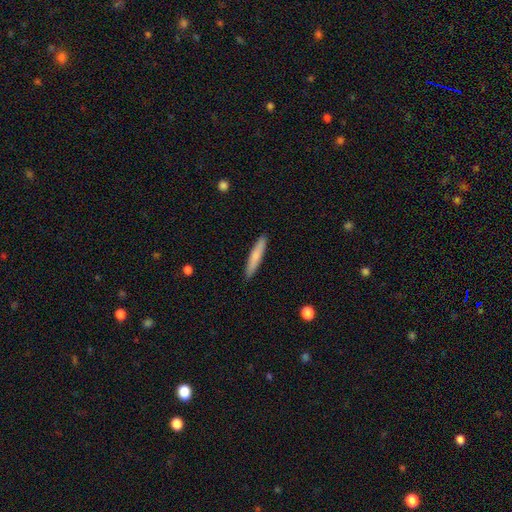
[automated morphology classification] smooth 75%, featured or disk 19%, star or artifact 5%. Down the decision tree: how rounded — cigar-shaped (93%); merging — none (90%).